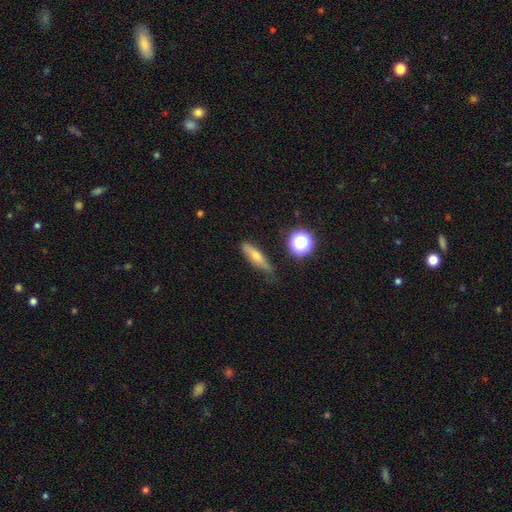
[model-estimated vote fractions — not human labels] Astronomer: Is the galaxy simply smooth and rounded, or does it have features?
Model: smooth — 55% (runner-up: featured or disk, 33%).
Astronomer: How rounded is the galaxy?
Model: cigar-shaped — 69%.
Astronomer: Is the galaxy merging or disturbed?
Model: none — 67%.